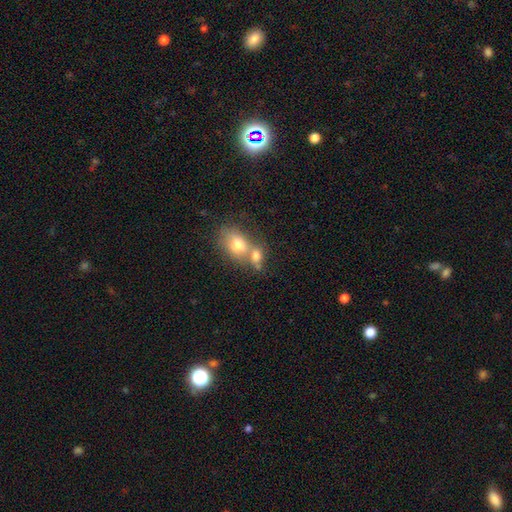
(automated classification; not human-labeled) Smooth or featured? smooth (74%)
How rounded? in between (63%)
Merging? merger (61%)